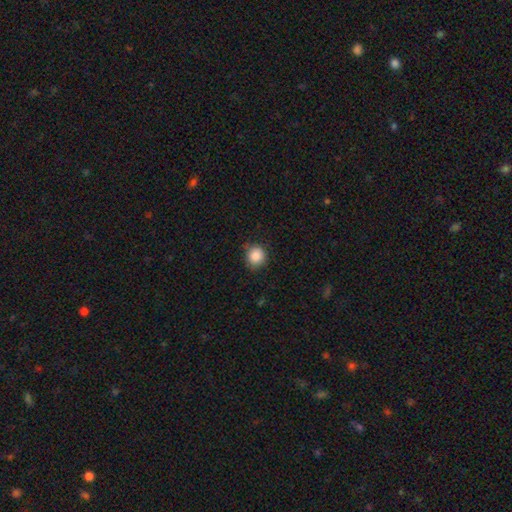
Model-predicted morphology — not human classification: This is clearly a smooth galaxy (87%). How rounded: clearly round (85%). Merging: clearly none (80%).